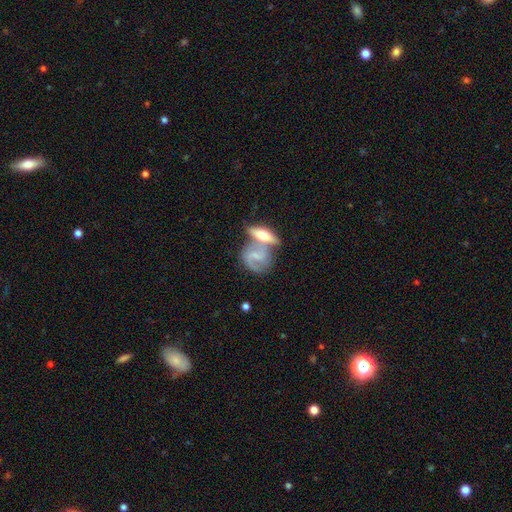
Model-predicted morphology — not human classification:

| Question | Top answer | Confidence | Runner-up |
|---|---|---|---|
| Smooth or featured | featured or disk | 67% | smooth (27%) |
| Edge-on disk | no | 87% | yes (13%) |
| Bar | no | 49% | weak (39%) |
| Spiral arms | yes | 83% | no (17%) |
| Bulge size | small | 50% | moderate (29%) |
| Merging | merger | 46% | none (34%) |